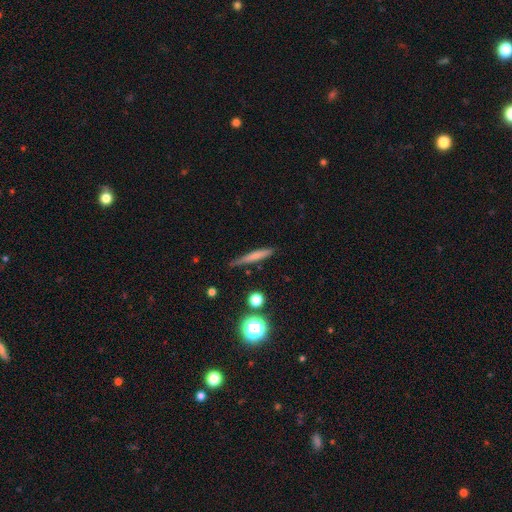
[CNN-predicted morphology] Overall: smooth (65%; featured or disk 26%). How rounded: cigar-shaped (92%). Merging: none (77%).